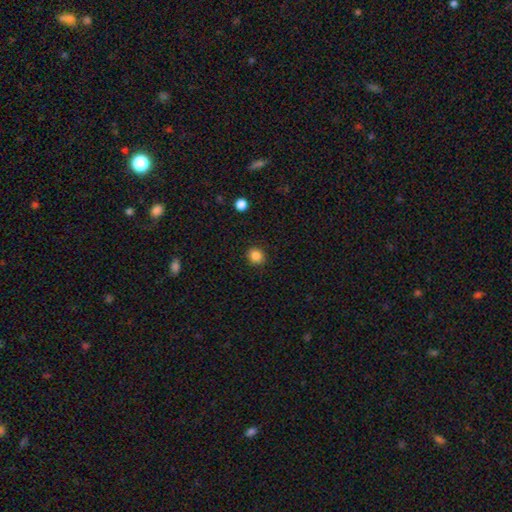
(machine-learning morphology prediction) A smooth galaxy with no disk features (85%) that is round (90%).

Vote fractions:
- Smooth or featured? smooth: 85% / star or artifact: 11% / featured or disk: 4%
- How rounded? round: 90% / in between: 9% / cigar-shaped: 1%
- Merging? none: 91% / minor disturbance: 6% / major disturbance: 2% / merger: 1%